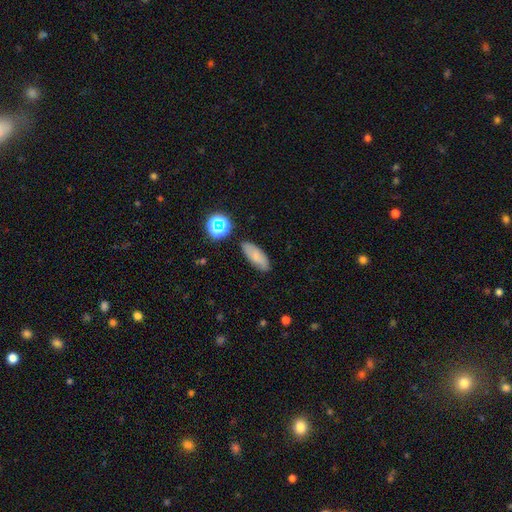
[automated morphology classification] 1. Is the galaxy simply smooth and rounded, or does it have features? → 74% smooth, 15% featured or disk, 11% star or artifact.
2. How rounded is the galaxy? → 74% in between, 22% cigar-shaped, 4% round.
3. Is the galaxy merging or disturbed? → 83% none, 12% minor disturbance, 3% major disturbance, 2% merger.